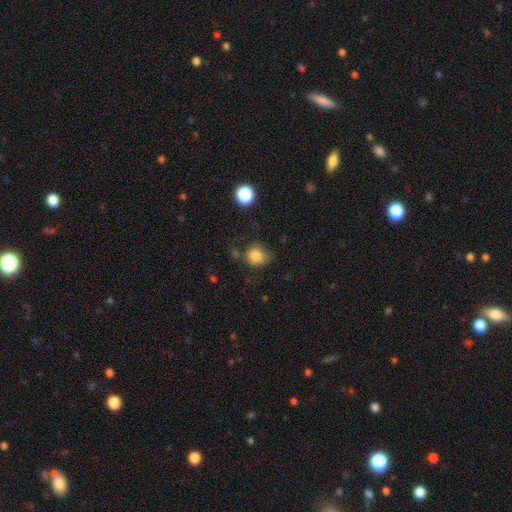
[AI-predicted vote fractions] Smooth or featured? Predicted: smooth (p=0.82). How rounded? Predicted: round (p=0.79). Merging? Predicted: none (p=0.60).